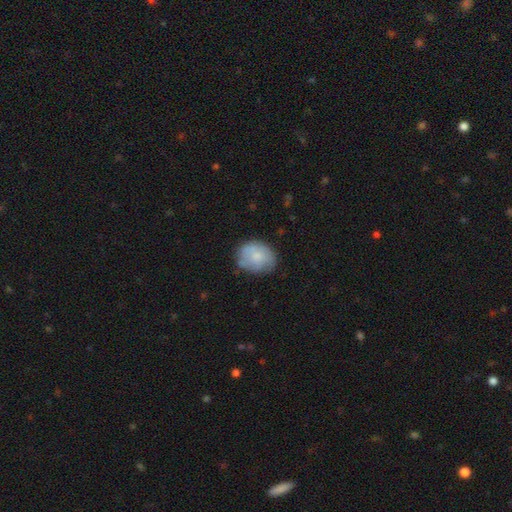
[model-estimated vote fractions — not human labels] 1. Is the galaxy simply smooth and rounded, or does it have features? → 67% smooth, 26% featured or disk, 7% star or artifact.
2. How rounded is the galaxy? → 56% round, 43% in between, 1% cigar-shaped.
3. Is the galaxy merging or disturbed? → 67% none, 24% minor disturbance, 7% major disturbance, 2% merger.